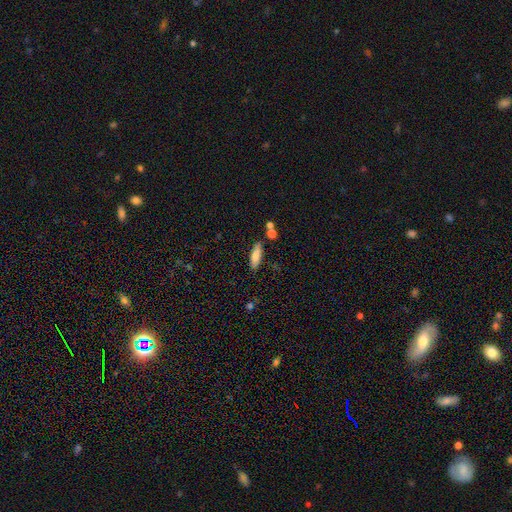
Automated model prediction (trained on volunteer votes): The model was most divided on "how rounded": cigar-shaped: 52%, in between: 46%, round: 2%. More confident: merging — none (81%); smooth or featured — smooth (78%).